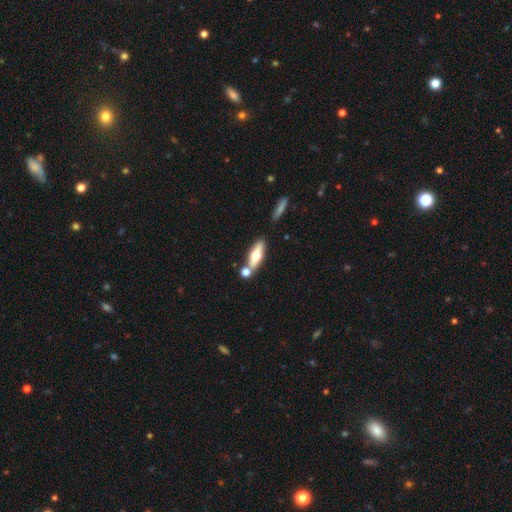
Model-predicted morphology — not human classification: Overall: smooth (53%; featured or disk 40%). How rounded: in between (50%; cigar-shaped 47%). Merging: none (65%).